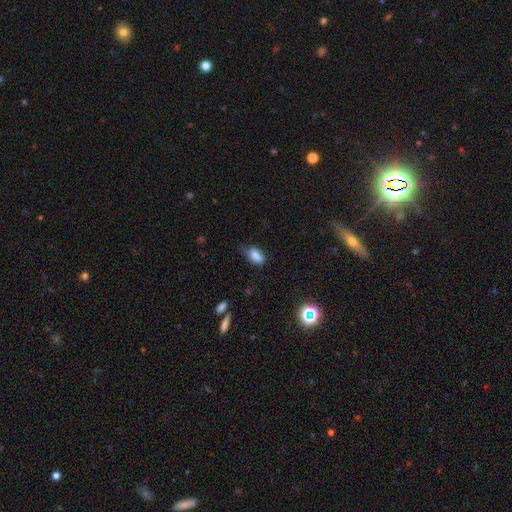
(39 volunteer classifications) Smooth or featured?
  - smooth: 79% *
  - star or artifact: 13%
  - featured or disk: 8%
How rounded?
  - in between: 87% *
  - cigar-shaped: 13%
  - round: 0%
Merging?
  - none: 44% *
  - minor disturbance: 35%
  - major disturbance: 18%
  - merger: 3%